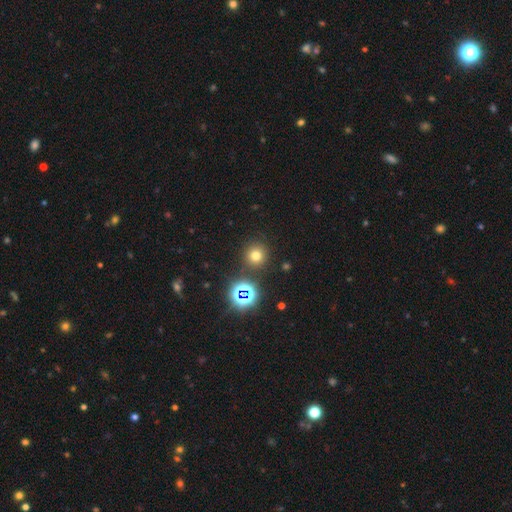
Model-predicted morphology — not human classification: The model was most divided on "smooth or featured": smooth: 68%, star or artifact: 24%, featured or disk: 8%. More confident: how rounded — round (93%); merging — none (86%).